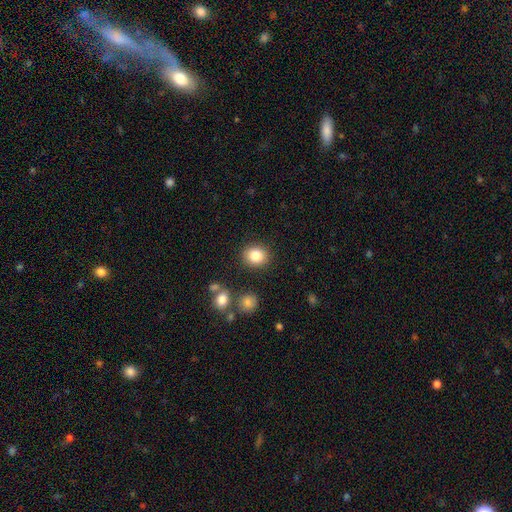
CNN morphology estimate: smooth 84%, star or artifact 10%, featured or disk 6%. Down the decision tree: how rounded — round (77%); merging — none (87%).